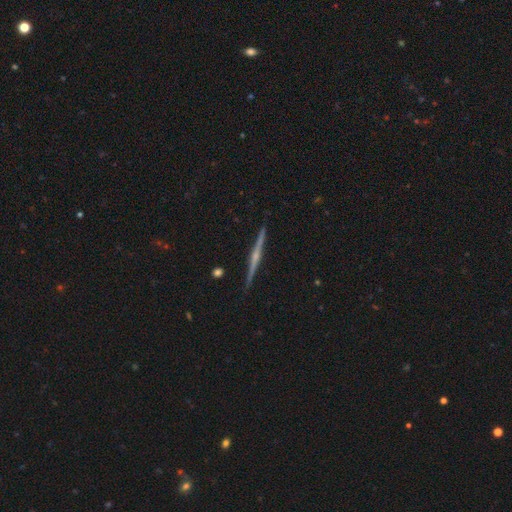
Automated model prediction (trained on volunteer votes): Q: Smooth or featured?
A: featured or disk (83%); runner-up: smooth (11%)
Q: Edge-on disk?
A: yes (99%); runner-up: no (1%)
Q: Edge-on bulge?
A: rounded (73%); runner-up: none (17%)
Q: Merging?
A: none (92%); runner-up: minor disturbance (6%)